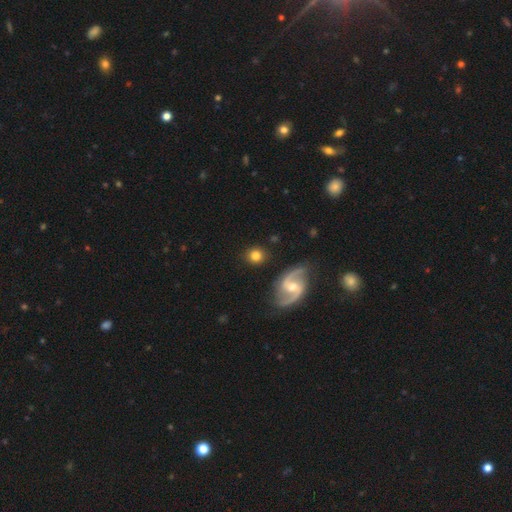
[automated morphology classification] Smooth or featured? Predicted: smooth (p=0.69). How rounded? Predicted: round (p=0.88). Merging? Predicted: none (p=0.86).